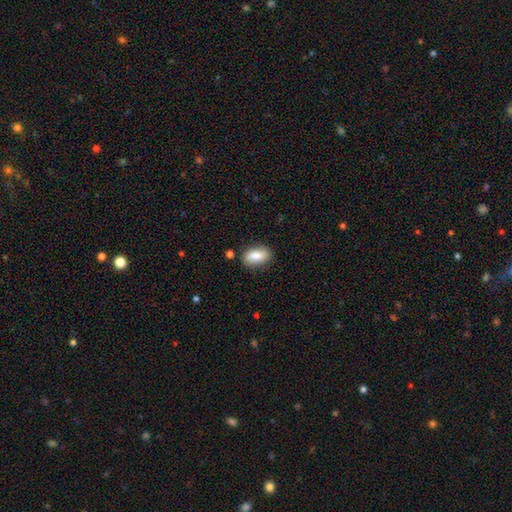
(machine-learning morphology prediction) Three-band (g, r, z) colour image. It shows a smooth galaxy with no disk features (80%) that is in between round and cigar-shaped (89%). Merging: none (83%).